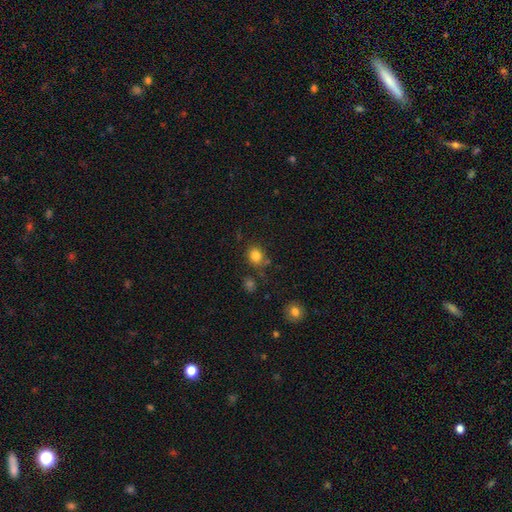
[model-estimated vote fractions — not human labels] Smooth or featured? Predicted: smooth (p=0.82). How rounded? Predicted: round (p=0.69). Merging? Predicted: none (p=0.75).